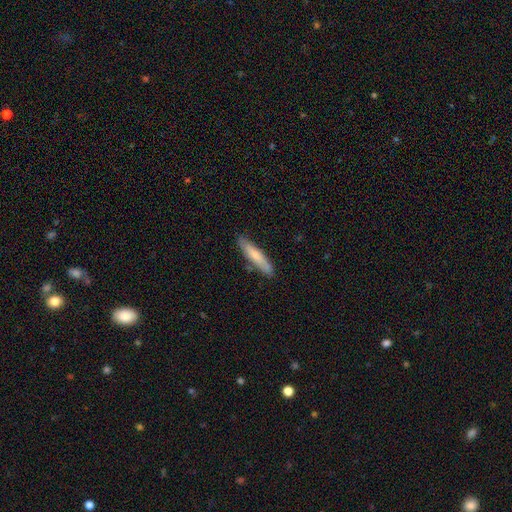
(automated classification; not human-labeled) Overall: smooth (68%). How rounded: cigar-shaped (84%). Merging: none (82%).